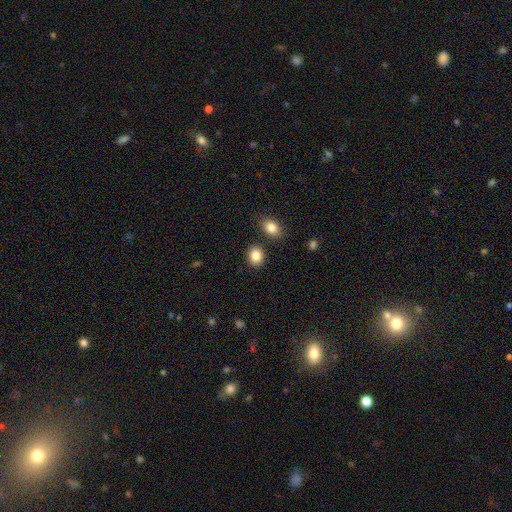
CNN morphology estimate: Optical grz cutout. It shows a smooth galaxy with no disk features (86%) that is round (60%). Merging: none (84%).